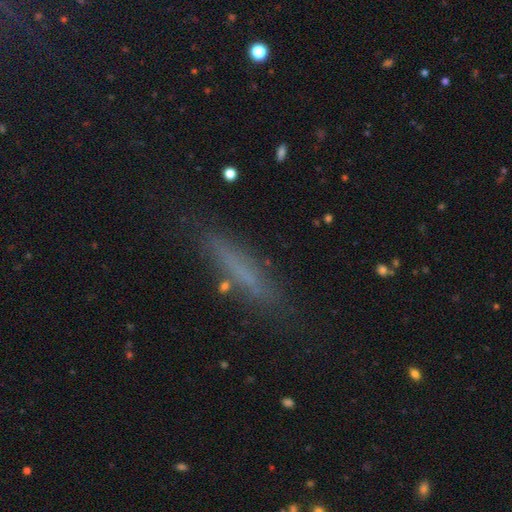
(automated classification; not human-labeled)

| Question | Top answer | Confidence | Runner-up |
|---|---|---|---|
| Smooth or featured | smooth | 58% | featured or disk (30%) |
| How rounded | cigar-shaped | 88% | in between (10%) |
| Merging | none | 79% | minor disturbance (14%) |